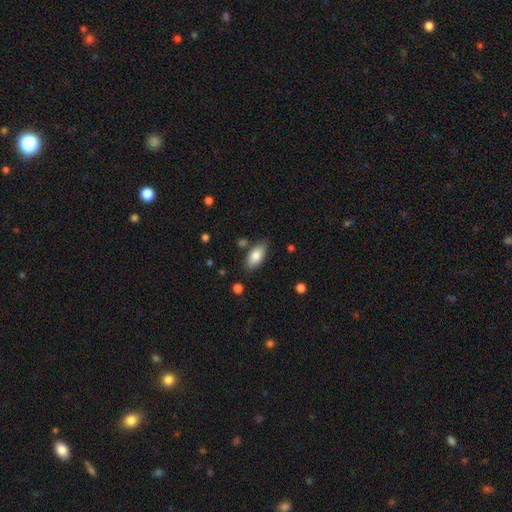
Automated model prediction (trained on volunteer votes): Morphology: type=smooth (82%); roundness=in between (90%); merging=none (80%).